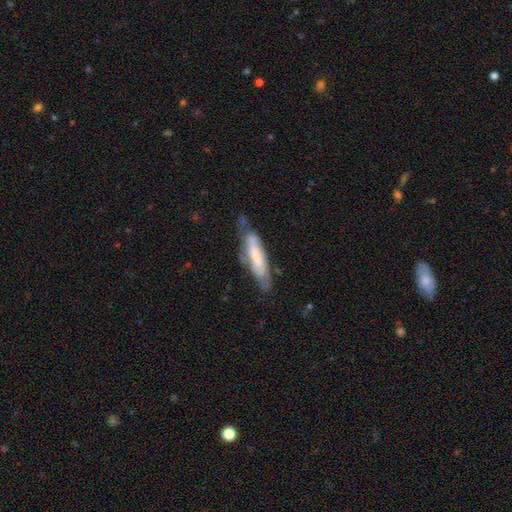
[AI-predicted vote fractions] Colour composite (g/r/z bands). It shows a smooth galaxy with no disk features (47%). Merging: none (59%).